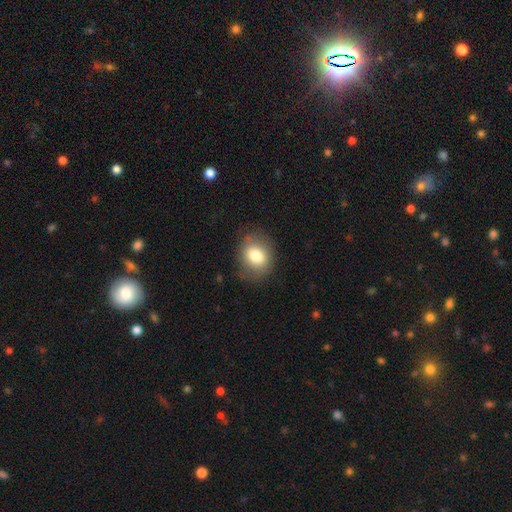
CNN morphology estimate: A smooth galaxy with no disk features (77%) that is in between round and cigar-shaped (51%).

Vote fractions:
- Smooth or featured? smooth: 77% / featured or disk: 14% / star or artifact: 9%
- How rounded? in between: 51% / round: 48% / cigar-shaped: 1%
- Merging? none: 77% / minor disturbance: 16% / major disturbance: 6% / merger: 1%